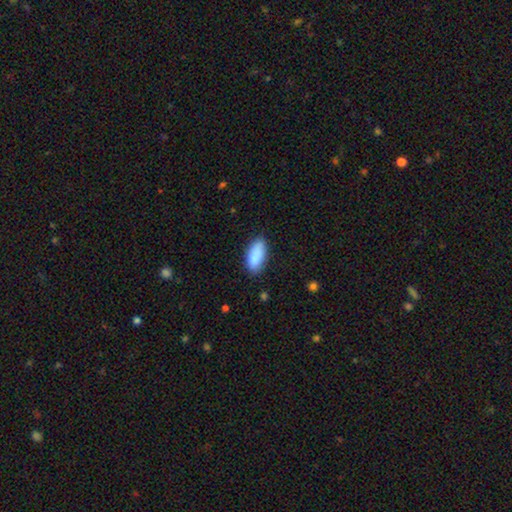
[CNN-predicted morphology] This appears to be a smooth galaxy with no disk features (89%) that is in between round and cigar-shaped (88%). Merging: none (80%).